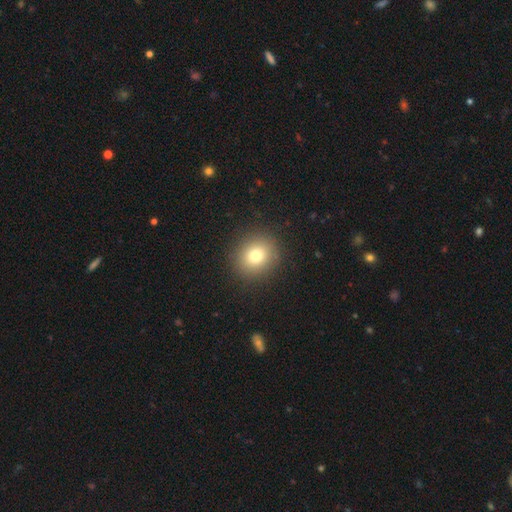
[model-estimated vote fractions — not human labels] This is likely a smooth galaxy (77%). How rounded: clearly round (82%). Merging: clearly none (90%).